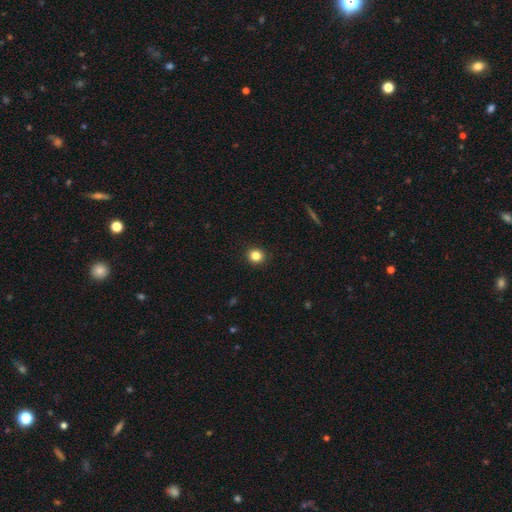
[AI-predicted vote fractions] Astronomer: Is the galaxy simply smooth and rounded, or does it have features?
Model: smooth — 84%.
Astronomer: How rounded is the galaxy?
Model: round — 88%.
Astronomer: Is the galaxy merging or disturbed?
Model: none — 92%.